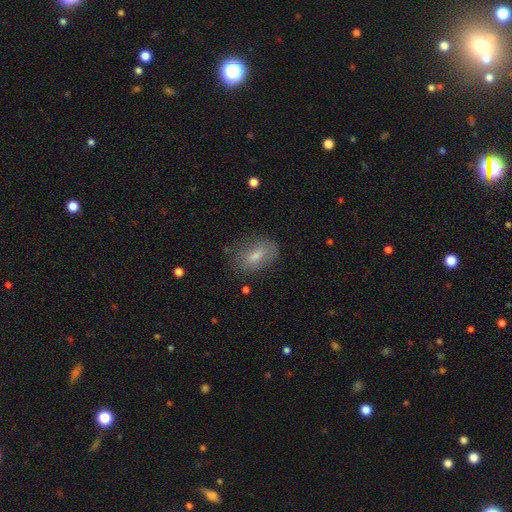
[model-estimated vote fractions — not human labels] The model was most divided on "smooth or featured": smooth: 65%, featured or disk: 27%, star or artifact: 8%. More confident: how rounded — in between (84%); merging — none (72%).